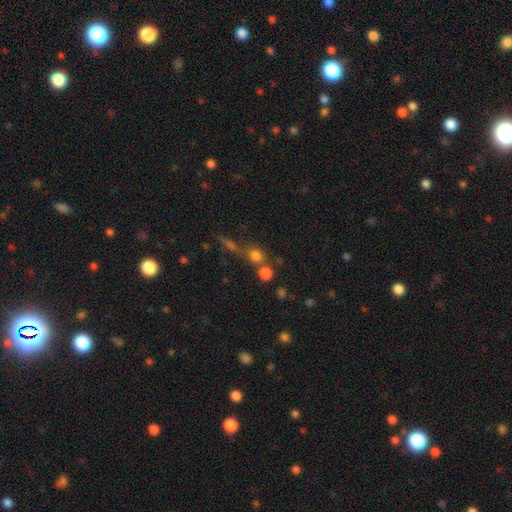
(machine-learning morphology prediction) A smooth galaxy with no disk features (73%) that is round (81%). Merging: none (55%).